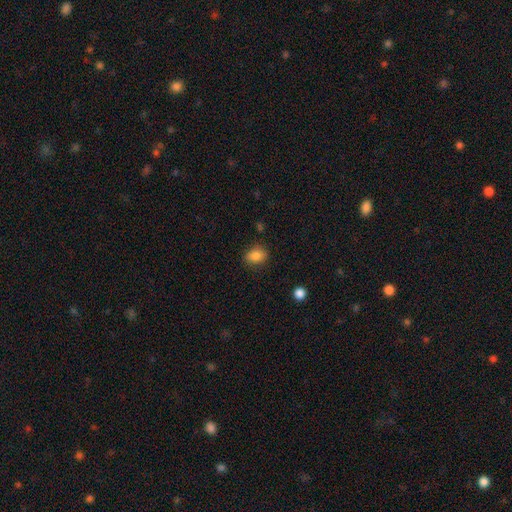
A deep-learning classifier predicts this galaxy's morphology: A smooth galaxy with no disk features (85%) that is in between round and cigar-shaped (58%).

Vote fractions:
- Smooth or featured? smooth: 85% / star or artifact: 10% / featured or disk: 6%
- How rounded? in between: 58% / round: 41% / cigar-shaped: 1%
- Merging? none: 82% / minor disturbance: 13% / major disturbance: 3% / merger: 1%